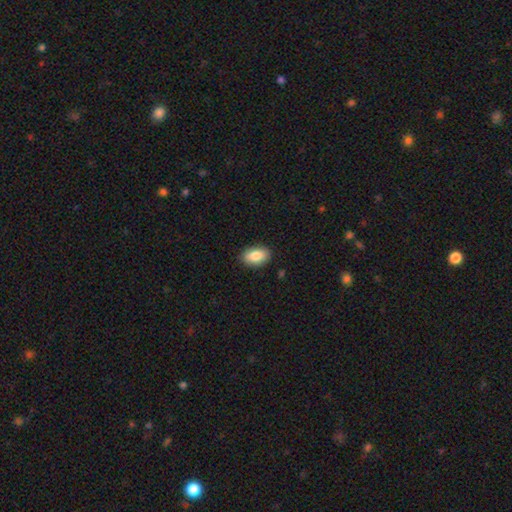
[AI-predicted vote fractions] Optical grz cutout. It shows a smooth galaxy with no disk features (86%) that is in between round and cigar-shaped (91%). Merging: none (89%).